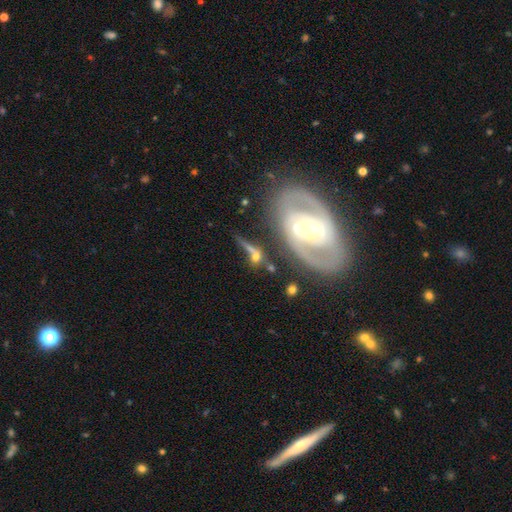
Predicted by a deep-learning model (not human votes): This is possibly a featured or disk galaxy (52%). It is likely not viewed edge-on (71%). Merging: marginally none (41%).